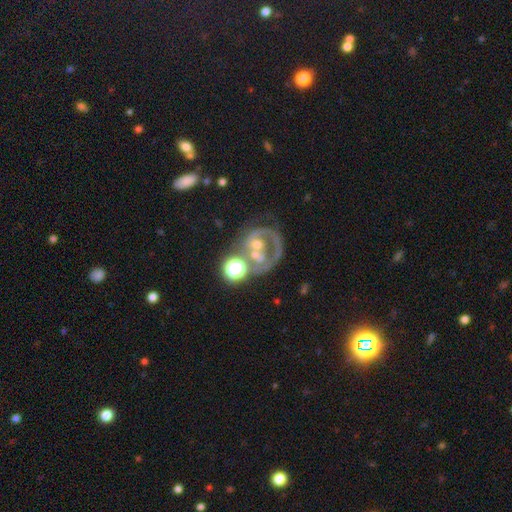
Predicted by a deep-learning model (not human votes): A featured or disk galaxy (68%) with no bar (72%), spiral arms (56%) and a moderate central bulge (47%).

Vote fractions:
- Smooth or featured? featured or disk: 68% / smooth: 19% / star or artifact: 13%
- Edge-on disk? no: 98% / yes: 2%
- Bar? no: 72% / weak: 20% / strong: 8%
- Spiral arms? yes: 56% / no: 44%
- Bulge size? moderate: 47% / small: 32% / none: 12% / large: 7% / dominant: 3%
- Merging? none: 33% / merger: 32% / major disturbance: 21% / minor disturbance: 13%